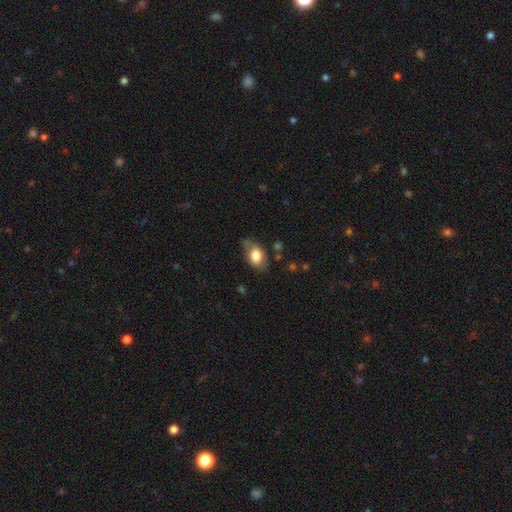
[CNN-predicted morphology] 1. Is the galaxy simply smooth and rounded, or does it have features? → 77% smooth, 15% featured or disk, 7% star or artifact.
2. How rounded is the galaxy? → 84% in between, 15% round, 2% cigar-shaped.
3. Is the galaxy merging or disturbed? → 60% none, 28% minor disturbance, 8% major disturbance, 4% merger.